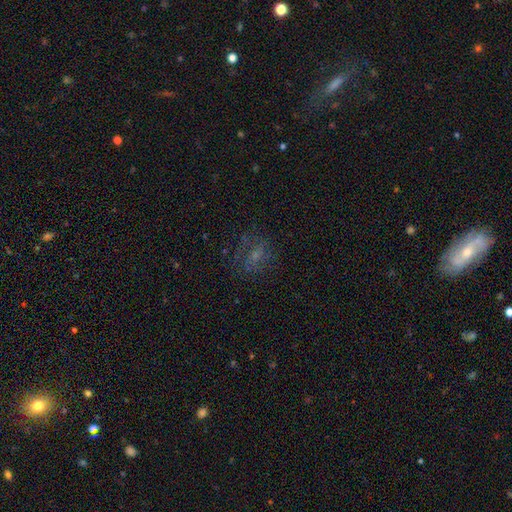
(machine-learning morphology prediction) smooth_or_featured: smooth (p=0.43) [alt: featured or disk p=0.33]
merging: none (p=0.67) [alt: minor disturbance p=0.17]